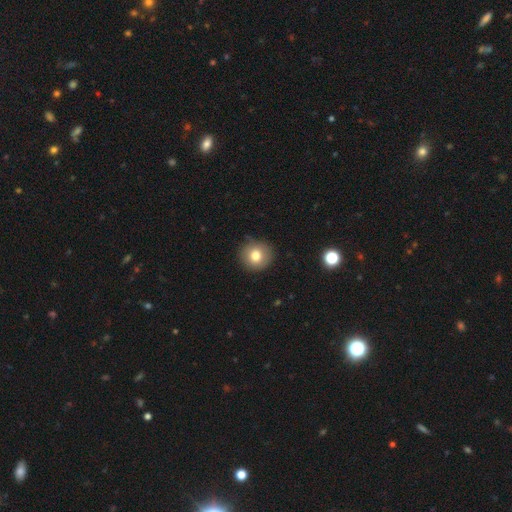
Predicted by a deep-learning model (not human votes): smooth-or-featured: smooth: 78% | featured or disk: 11% | star or artifact: 11%
  how-rounded: round: 92% | in between: 7% | cigar-shaped: 1%
  merging: none: 87% | minor disturbance: 9% | major disturbance: 2% | merger: 1%